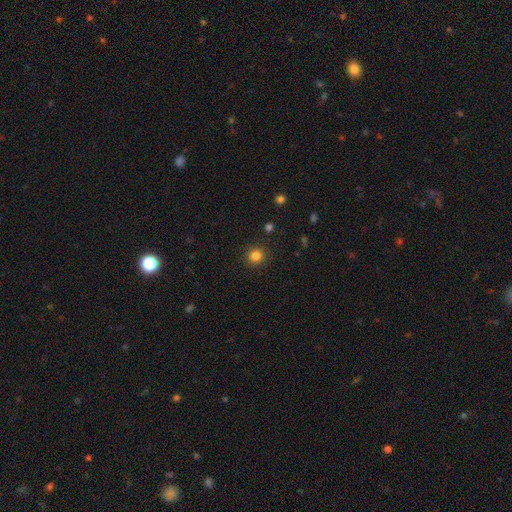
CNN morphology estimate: A smooth galaxy with no disk features (83%) that is round (90%).

Vote fractions:
- Smooth or featured? smooth: 83% / star or artifact: 13% / featured or disk: 5%
- How rounded? round: 90% / in between: 9% / cigar-shaped: 1%
- Merging? none: 90% / minor disturbance: 6% / major disturbance: 2% / merger: 1%